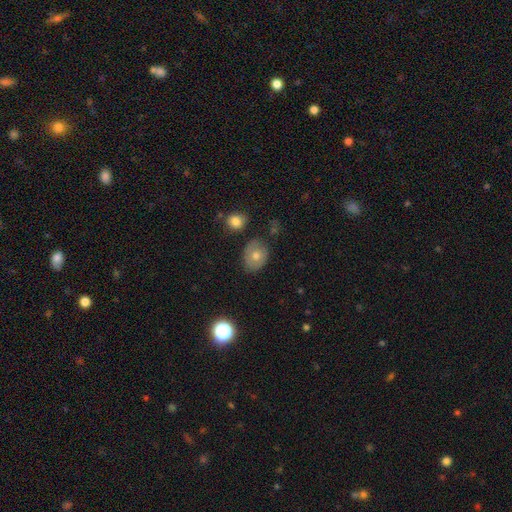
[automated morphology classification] type=smooth (63%); roundness=in between (60%); merging=none (77%).